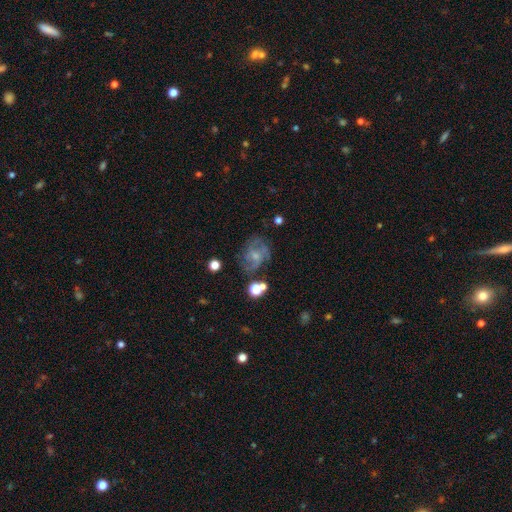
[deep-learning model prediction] This is likely a featured or disk galaxy (70%). It is clearly not viewed edge-on (98%). Bar: likely no (64%). Spiral arm pattern: clearly yes (86%). Spiral arm count: marginally 3 (30%). Spiral winding: possibly medium (46%). Central bulge: possibly small (58%). Merging: possibly none (59%).